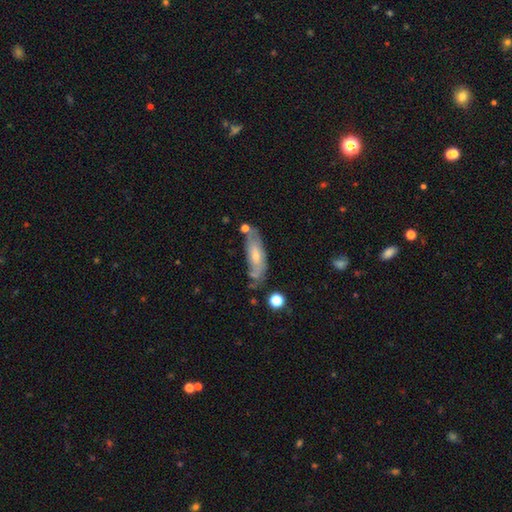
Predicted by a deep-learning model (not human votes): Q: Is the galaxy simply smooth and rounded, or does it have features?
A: smooth — 49%.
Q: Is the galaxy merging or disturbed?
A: none — 53%.